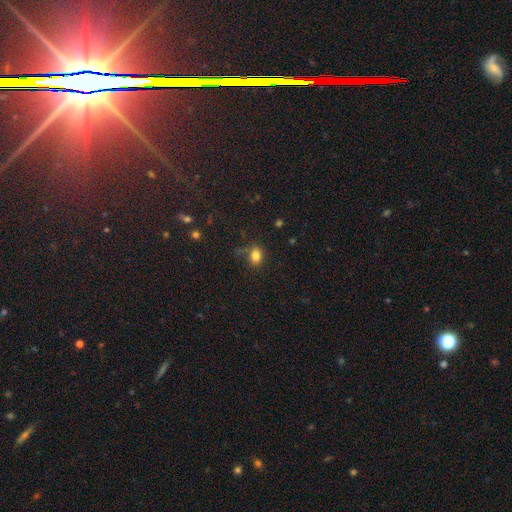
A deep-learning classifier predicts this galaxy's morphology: Smooth or featured? smooth (80%)
How rounded? in between (56%)
Merging? none (63%)